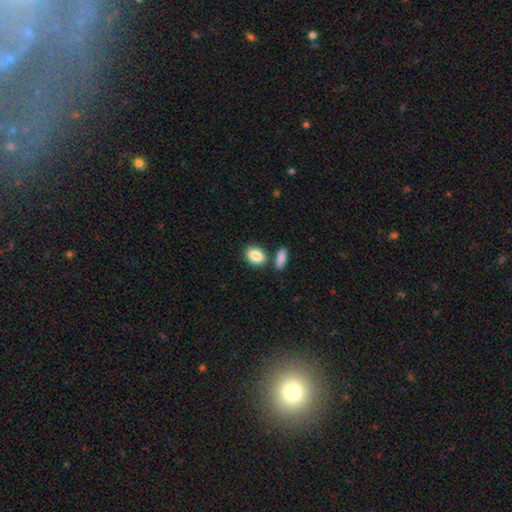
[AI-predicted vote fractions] Overall: smooth (87%). How rounded: in between (77%). Merging: none (66%).